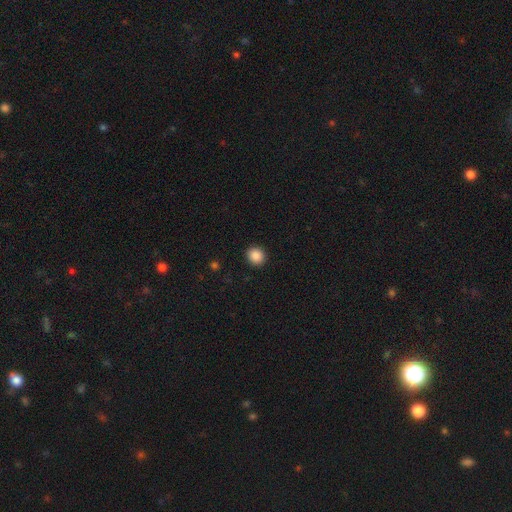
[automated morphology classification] smooth_or_featured: smooth (p=0.88) [alt: star or artifact p=0.09]
how_rounded: round (p=0.82) [alt: in between p=0.17]
merging: none (p=0.92) [alt: minor disturbance p=0.05]